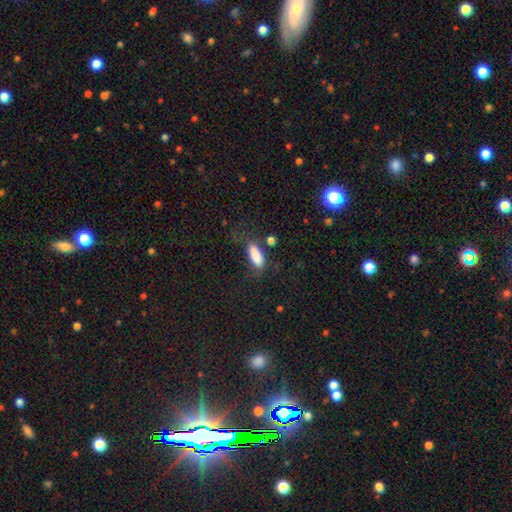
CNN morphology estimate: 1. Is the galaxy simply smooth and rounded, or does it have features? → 82% smooth, 10% featured or disk, 8% star or artifact.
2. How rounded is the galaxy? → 69% in between, 28% cigar-shaped, 3% round.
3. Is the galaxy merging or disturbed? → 56% none, 24% minor disturbance, 14% major disturbance, 6% merger.